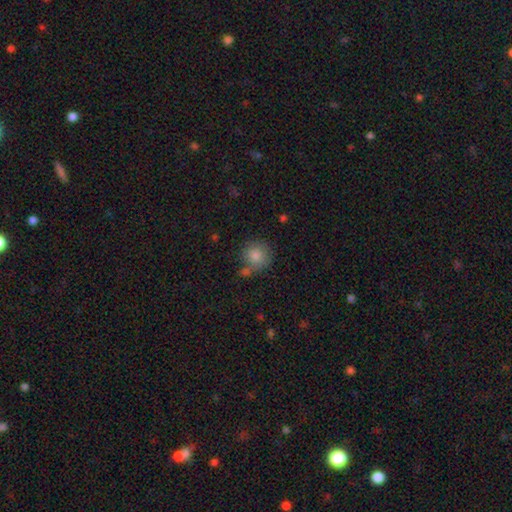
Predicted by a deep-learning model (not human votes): Smooth or featured? smooth (83%)
How rounded? round (91%)
Merging? none (66%)